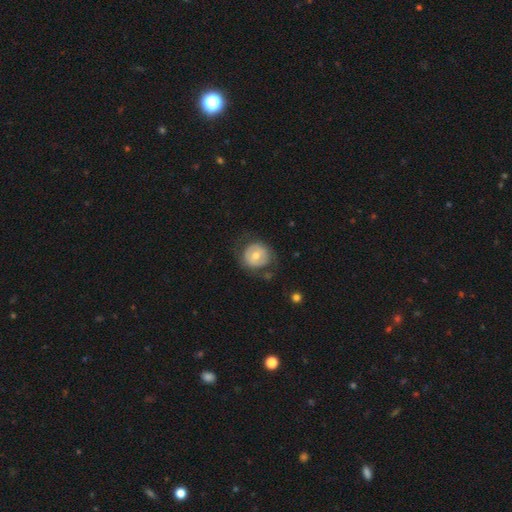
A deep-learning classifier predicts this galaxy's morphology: This appears to be a smooth galaxy with no disk features (55%) that is round (86%). Merging: none (66%).